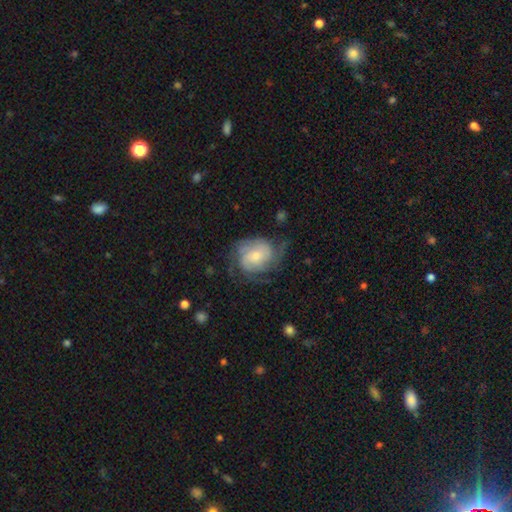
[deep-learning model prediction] featured or disk 74%, smooth 20%, star or artifact 6%. Down the decision tree: edge-on disk — no (98%); bar — no (60%); spiral arms — yes (92%); spiral arm count — 2 (30%); spiral winding — tight (45%); bulge size — small (49%); merging — none (57%).